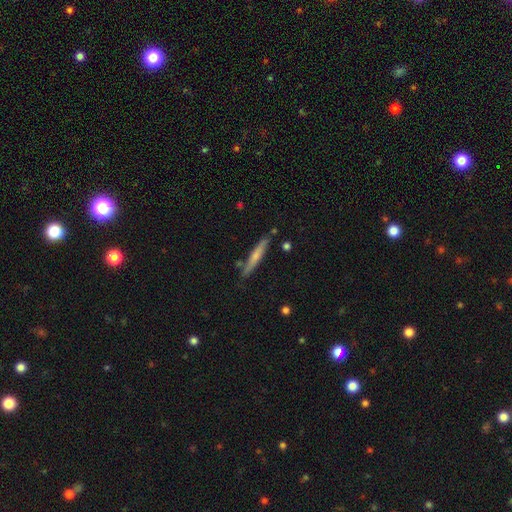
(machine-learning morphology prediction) A smooth galaxy with no disk features (53%) that is cigar-shaped (94%). Merging: none (81%).